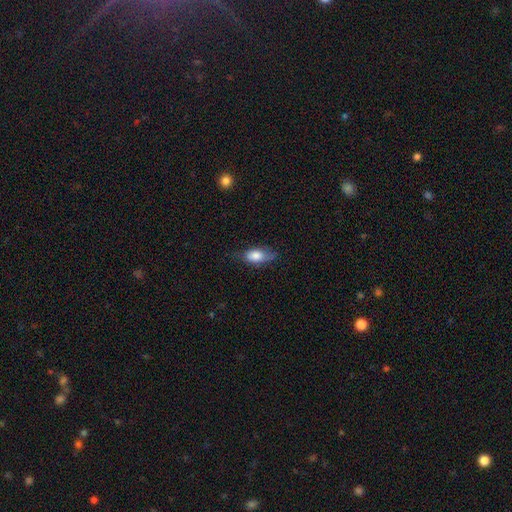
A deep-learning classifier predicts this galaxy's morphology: Smooth or featured?
  - smooth: 77% *
  - featured or disk: 16%
  - star or artifact: 7%
How rounded?
  - in between: 86% *
  - cigar-shaped: 9%
  - round: 5%
Merging?
  - none: 57% *
  - minor disturbance: 31%
  - major disturbance: 10%
  - merger: 1%